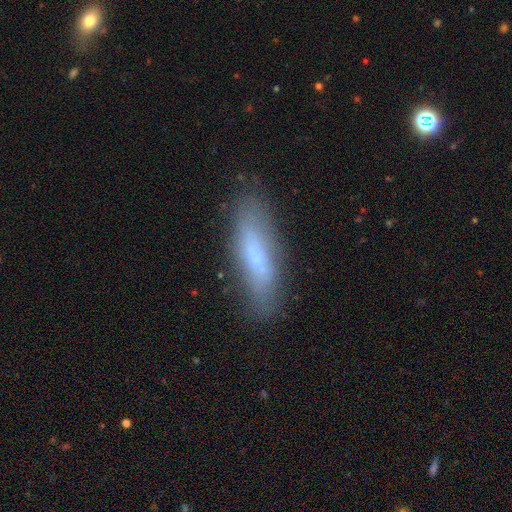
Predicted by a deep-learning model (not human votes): Smooth or featured?
  - smooth: 63% *
  - featured or disk: 28%
  - star or artifact: 8%
How rounded?
  - cigar-shaped: 65% *
  - in between: 34%
  - round: 2%
Merging?
  - none: 79% *
  - minor disturbance: 15%
  - major disturbance: 4%
  - merger: 2%